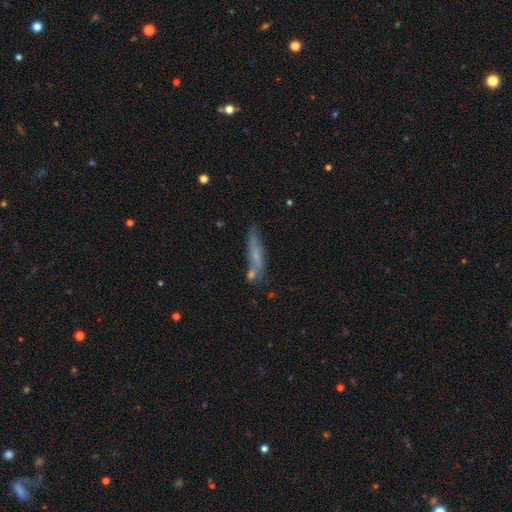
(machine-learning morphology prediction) A smooth galaxy with no disk features (52%) that is cigar-shaped (84%). Merging: none (60%).